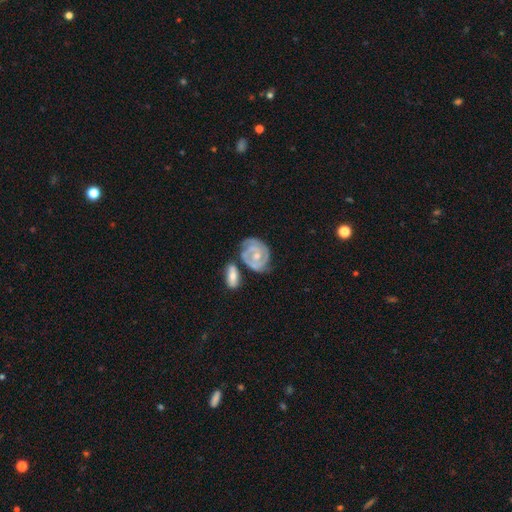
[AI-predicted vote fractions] This is likely a featured or disk galaxy (80%). It is clearly not viewed edge-on (97%). Bar: likely no (64%). Spiral arm pattern: clearly yes (91%). Spiral arm count: possibly 2 (55%). Spiral winding: likely tight (68%). Central bulge: possibly moderate (52%). Merging: possibly none (55%).